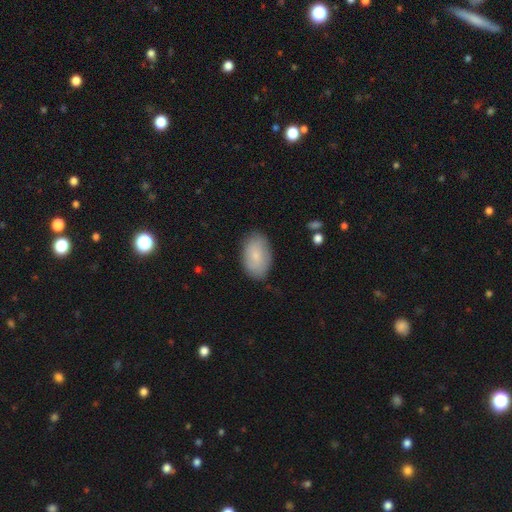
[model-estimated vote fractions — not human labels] A smooth galaxy with no disk features (78%) that is in between round and cigar-shaped (91%). Merging: none (81%).